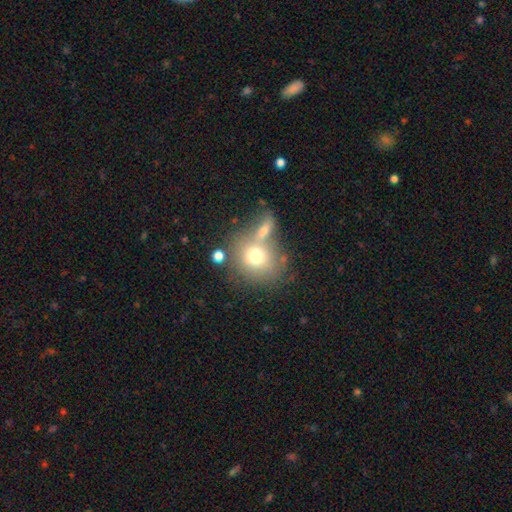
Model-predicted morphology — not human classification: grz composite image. It shows a smooth galaxy with no disk features (69%) that is round (78%). Merging: none (46%).